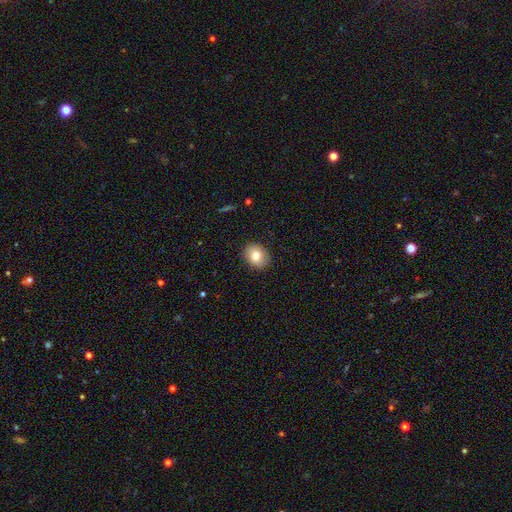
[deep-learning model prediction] Smooth or featured? Predicted: smooth (p=0.80). How rounded? Predicted: in between (p=0.51). Merging? Predicted: none (p=0.88).